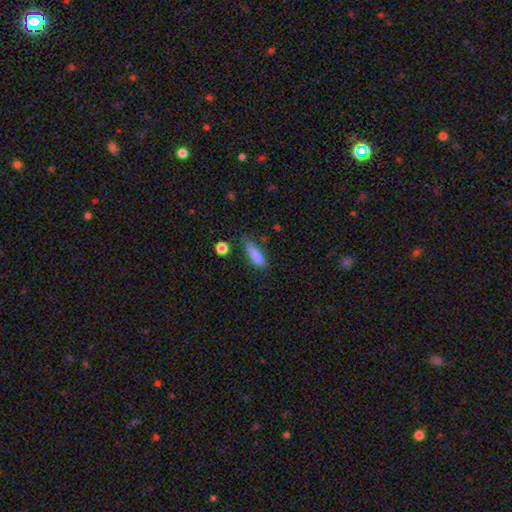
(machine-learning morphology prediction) Overall: smooth (83%). How rounded: cigar-shaped (52%; in between 45%). Merging: none (60%; minor disturbance 28%).